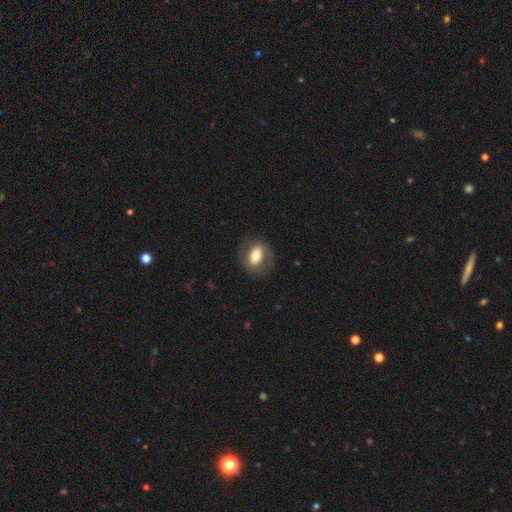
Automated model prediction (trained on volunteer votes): Smooth or featured?
  - smooth: 64% *
  - featured or disk: 28%
  - star or artifact: 8%
How rounded?
  - in between: 70% *
  - round: 28%
  - cigar-shaped: 2%
Merging?
  - none: 79% *
  - minor disturbance: 13%
  - major disturbance: 7%
  - merger: 1%